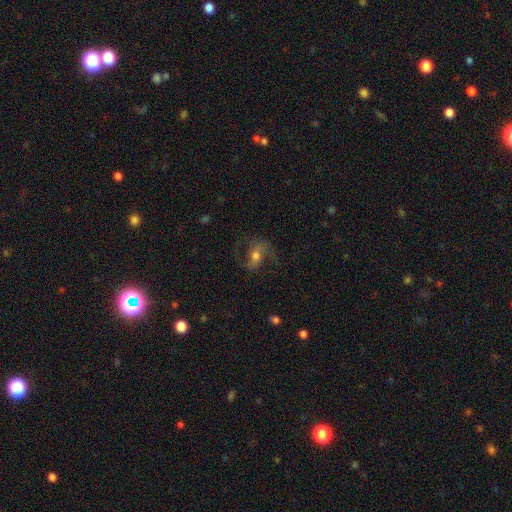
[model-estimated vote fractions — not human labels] This is likely a featured or disk galaxy (67%). It is clearly not viewed edge-on (95%). Bar: marginally no (42%). Spiral arm pattern: clearly yes (90%). Spiral arm count: clearly 2 (86%). Spiral winding: marginally loose (44%, tied with medium). Central bulge: likely moderate (65%). Merging: likely none (70%).